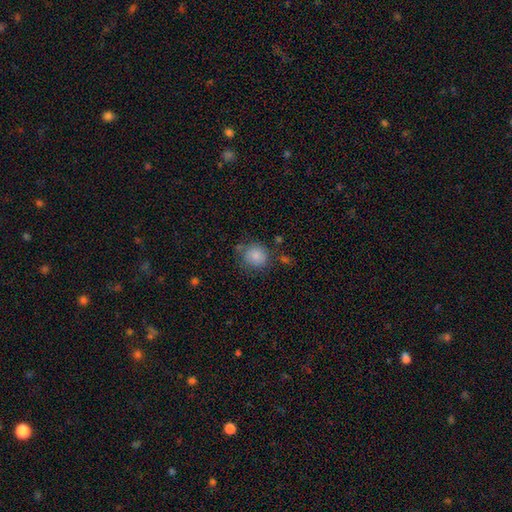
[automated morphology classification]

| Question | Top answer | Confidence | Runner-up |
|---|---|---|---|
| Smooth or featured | smooth | 85% | star or artifact (9%) |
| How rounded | round | 84% | in between (15%) |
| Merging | none | 70% | minor disturbance (18%) |